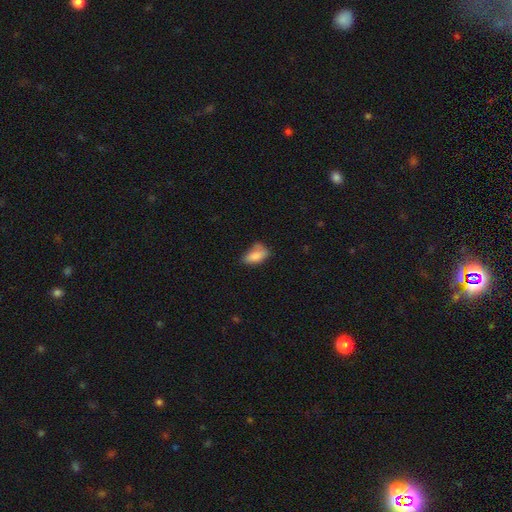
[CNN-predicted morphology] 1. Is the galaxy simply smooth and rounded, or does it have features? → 83% smooth, 9% featured or disk, 8% star or artifact.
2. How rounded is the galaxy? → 91% in between, 5% round, 4% cigar-shaped.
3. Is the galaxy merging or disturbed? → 46% none, 36% minor disturbance, 12% major disturbance, 7% merger.